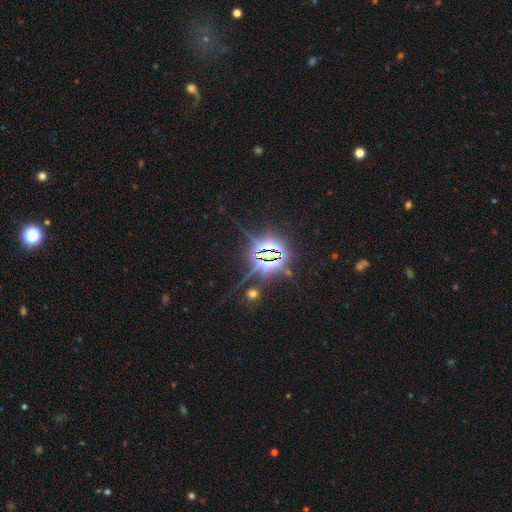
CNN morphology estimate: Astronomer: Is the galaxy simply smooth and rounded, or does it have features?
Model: star or artifact — 85%.